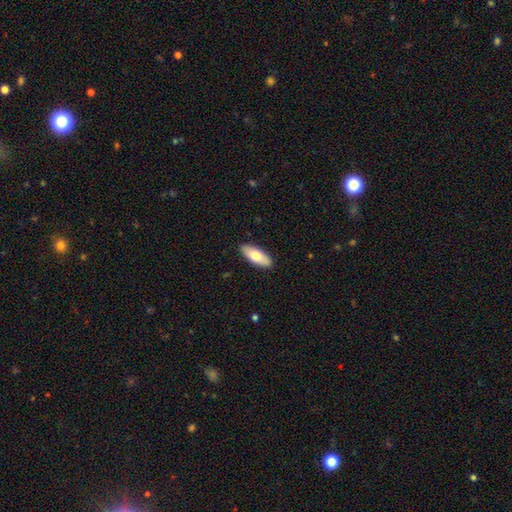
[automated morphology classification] A smooth galaxy with no disk features (72%) that is in between round and cigar-shaped (79%). Merging: none (90%).